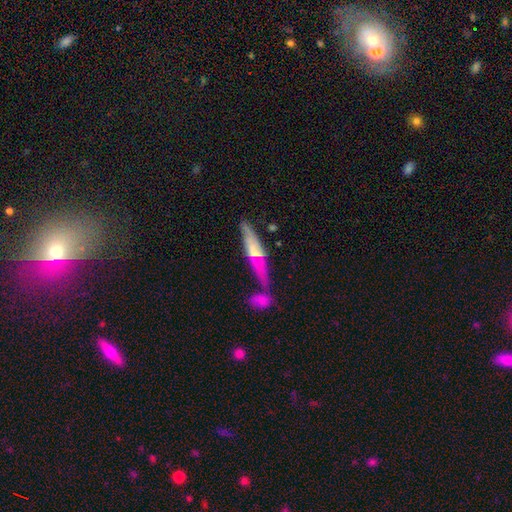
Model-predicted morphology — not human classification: A featured or disk galaxy (53%) viewed edge-on (82%). Merging: none (59%).